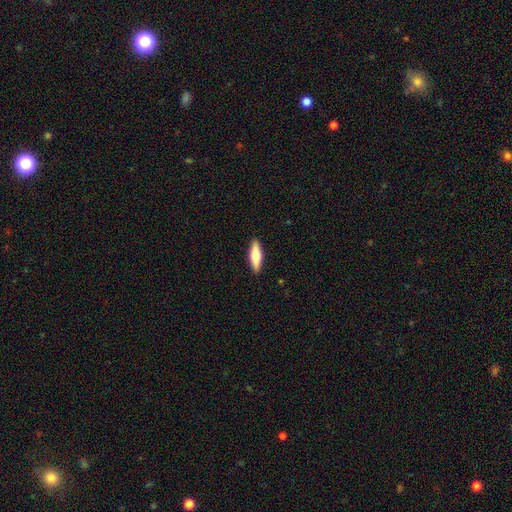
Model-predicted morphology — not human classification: This appears to be a smooth galaxy with no disk features (62%) that is cigar-shaped (59%). Merging: none (91%).